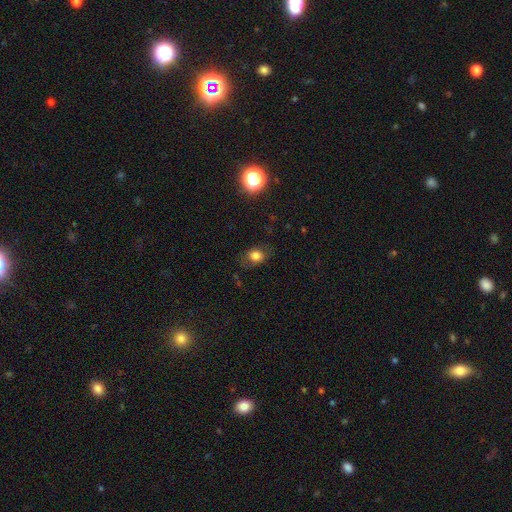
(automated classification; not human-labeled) Smooth or featured: smooth — 74% (star or artifact — 14%)
How rounded: in between — 54% (round — 45%)
Merging: none — 71% (minor disturbance — 19%)